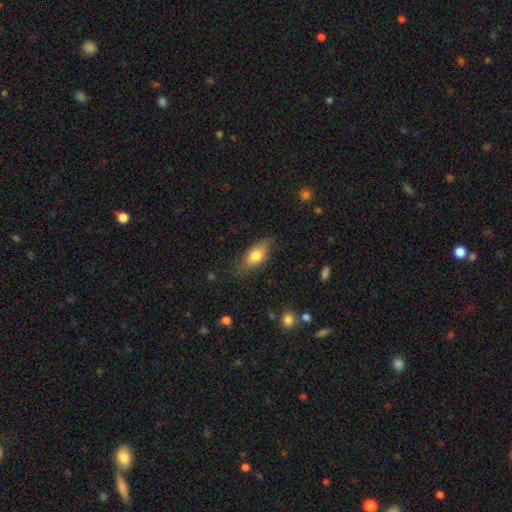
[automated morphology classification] Smooth or featured: smooth — 73% (featured or disk — 20%)
How rounded: in between — 77% (cigar-shaped — 18%)
Merging: none — 76% (minor disturbance — 18%)